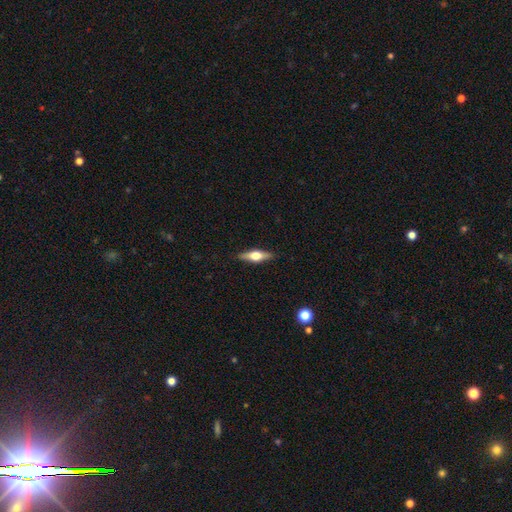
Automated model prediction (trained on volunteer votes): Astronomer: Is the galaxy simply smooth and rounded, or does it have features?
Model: featured or disk — 58% (runner-up: smooth, 36%).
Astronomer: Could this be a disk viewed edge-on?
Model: yes — 95%.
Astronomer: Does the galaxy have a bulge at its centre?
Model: rounded — 94%.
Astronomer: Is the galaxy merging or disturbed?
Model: none — 89%.